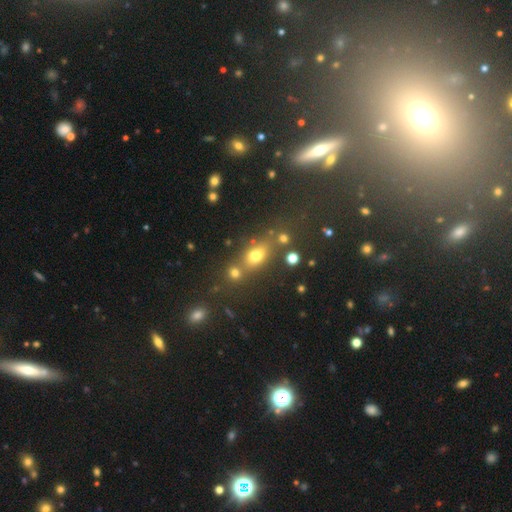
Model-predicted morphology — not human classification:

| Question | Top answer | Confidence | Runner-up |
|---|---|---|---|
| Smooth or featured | smooth | 69% | star or artifact (18%) |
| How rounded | in between | 64% | round (28%) |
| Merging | none | 54% | merger (27%) |